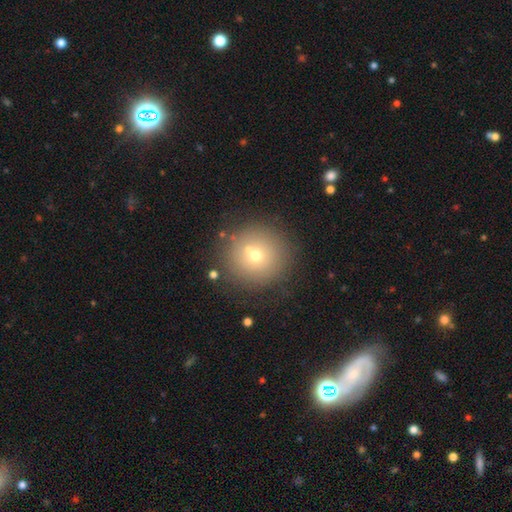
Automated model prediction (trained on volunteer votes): smooth 66%, featured or disk 17%, star or artifact 17%. Down the decision tree: how rounded — round (95%); merging — none (76%).